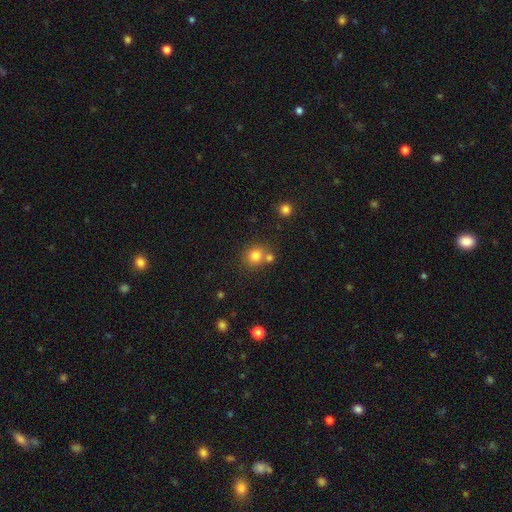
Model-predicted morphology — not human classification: smooth-or-featured: smooth: 79% | star or artifact: 13% | featured or disk: 8%
  how-rounded: round: 83% | in between: 16% | cigar-shaped: 1%
  merging: none: 60% | merger: 28% | minor disturbance: 9% | major disturbance: 3%